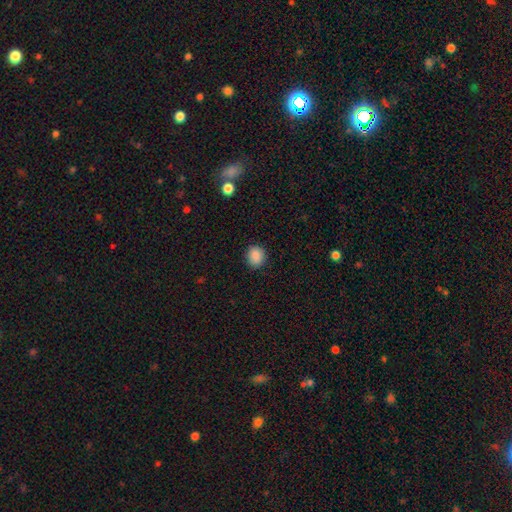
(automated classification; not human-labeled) smooth_or_featured: smooth (p=0.88) [alt: star or artifact p=0.09]
how_rounded: round (p=0.75) [alt: in between p=0.24]
merging: none (p=0.87) [alt: minor disturbance p=0.09]